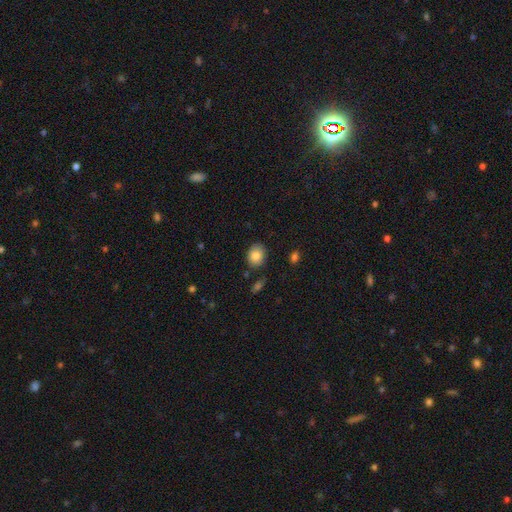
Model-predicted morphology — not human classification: Q: Smooth or featured?
A: smooth (83%); runner-up: star or artifact (9%)
Q: How rounded?
A: round (54%); runner-up: in between (45%)
Q: Merging?
A: none (84%); runner-up: minor disturbance (11%)